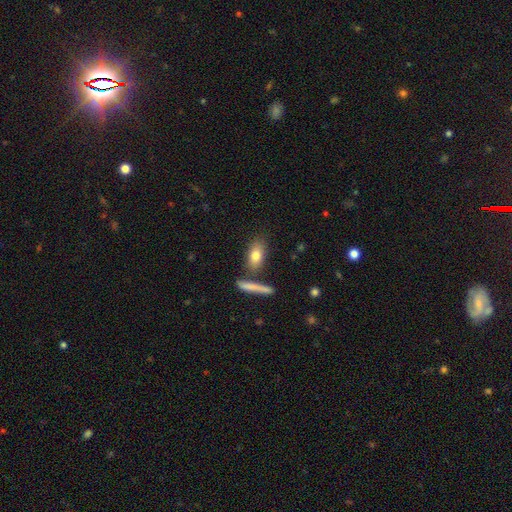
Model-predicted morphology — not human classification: smooth_or_featured: smooth (p=0.78) [alt: featured or disk p=0.15]
how_rounded: in between (p=0.77) [alt: cigar-shaped p=0.16]
merging: none (p=0.71) [alt: merger p=0.13]